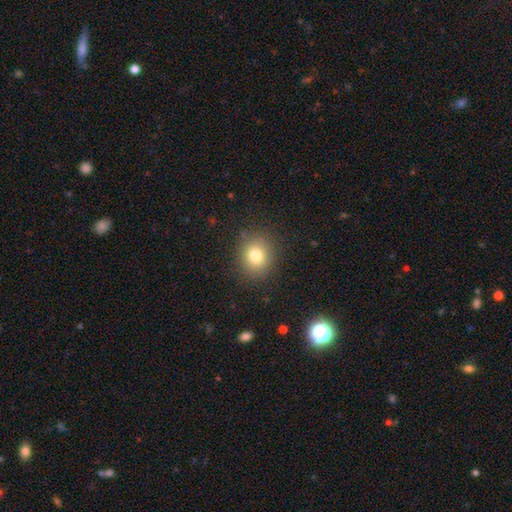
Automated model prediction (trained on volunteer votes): Smooth or featured? Predicted: smooth (p=0.78). How rounded? Predicted: round (p=0.77). Merging? Predicted: none (p=0.87).